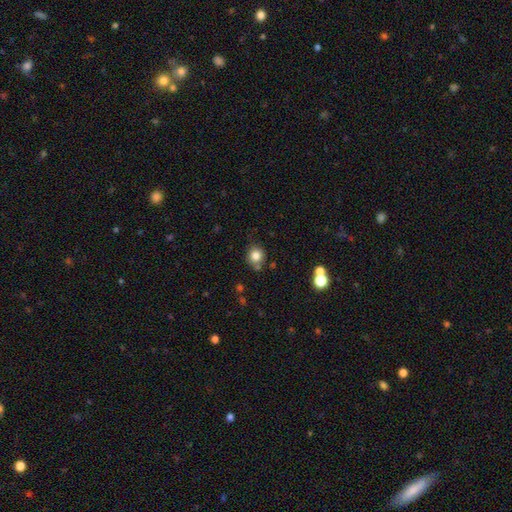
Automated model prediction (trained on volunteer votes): Morphology: type=smooth (81%); roundness=round (87%); merging=none (76%).